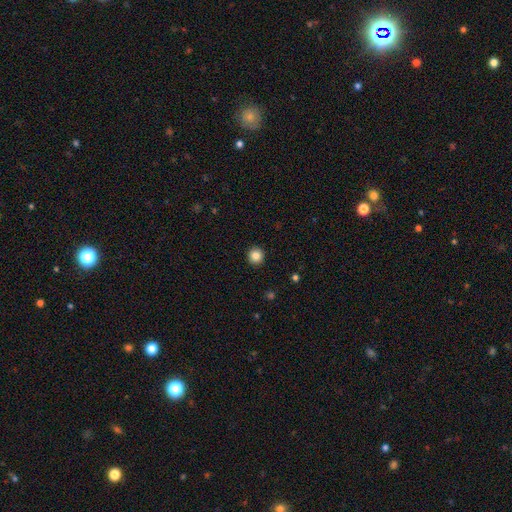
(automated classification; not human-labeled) This is clearly a smooth galaxy (85%). How rounded: clearly round (95%). Merging: clearly none (93%).